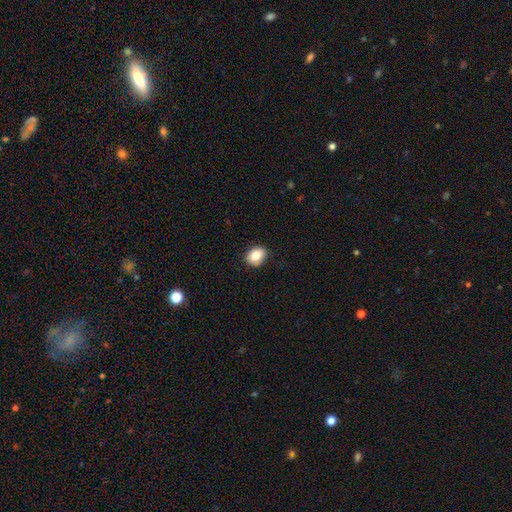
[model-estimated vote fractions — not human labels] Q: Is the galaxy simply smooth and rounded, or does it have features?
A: smooth — 85%.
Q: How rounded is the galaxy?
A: in between — 55%.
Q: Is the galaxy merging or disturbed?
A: none — 86%.